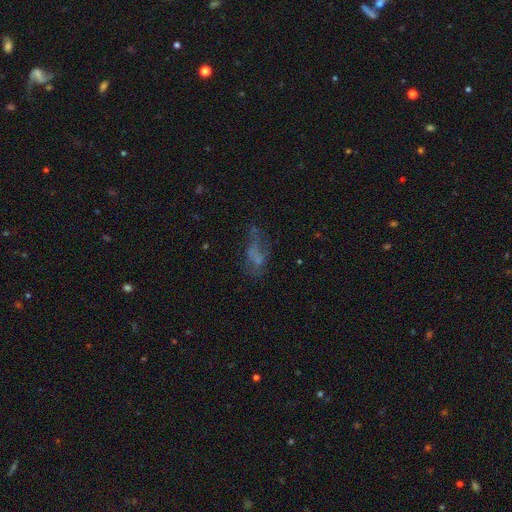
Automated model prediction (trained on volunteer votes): This is marginally a smooth galaxy (42%). Merging: marginally none (35%).